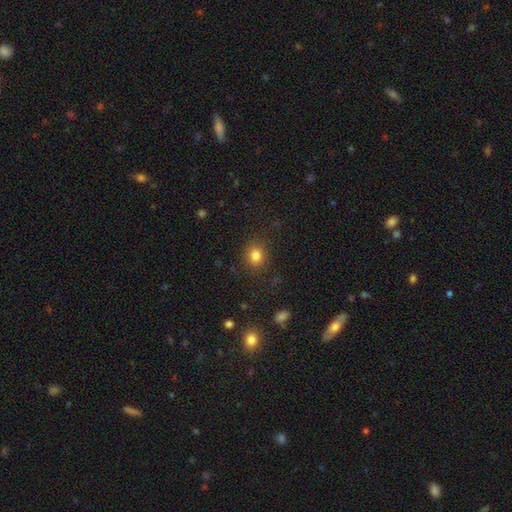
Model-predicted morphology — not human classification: smooth-or-featured: smooth: 82% | star or artifact: 12% | featured or disk: 5%
  how-rounded: round: 75% | in between: 24% | cigar-shaped: 1%
  merging: none: 86% | minor disturbance: 9% | major disturbance: 3% | merger: 1%